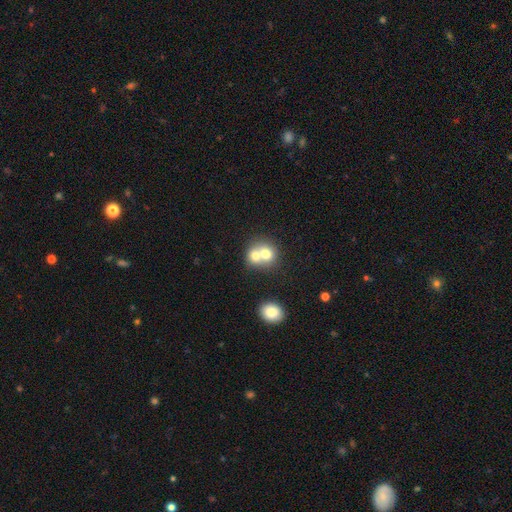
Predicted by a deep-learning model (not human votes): Q: Smooth or featured?
A: smooth (69%); runner-up: featured or disk (21%)
Q: How rounded?
A: round (75%); runner-up: in between (24%)
Q: Merging?
A: merger (67%); runner-up: none (26%)